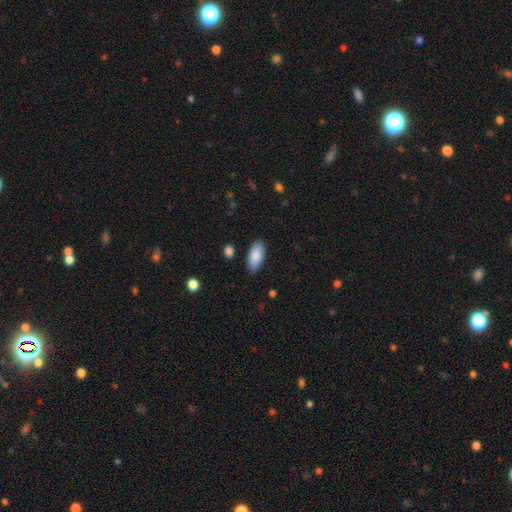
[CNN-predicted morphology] type=smooth (88%); roundness=in between (88%); merging=none (86%).